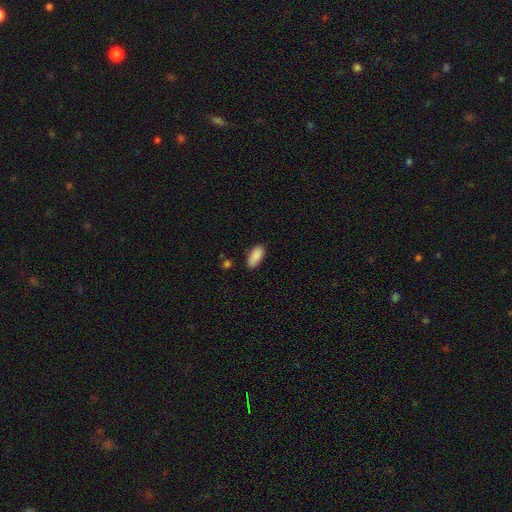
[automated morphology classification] Smooth or featured? smooth (89%)
How rounded? in between (85%)
Merging? none (78%)